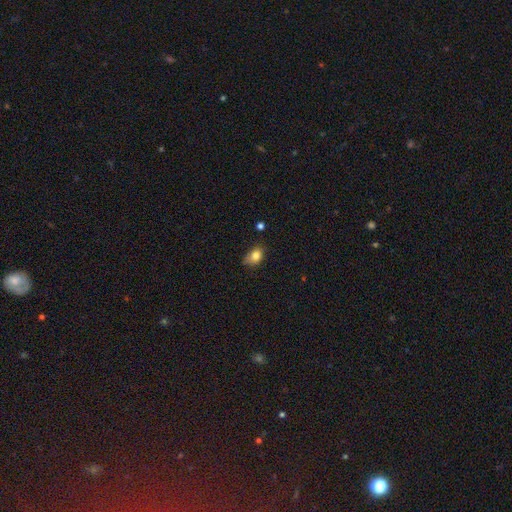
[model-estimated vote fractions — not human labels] A smooth galaxy with no disk features (81%) that is in between round and cigar-shaped (77%). Merging: none (57%).